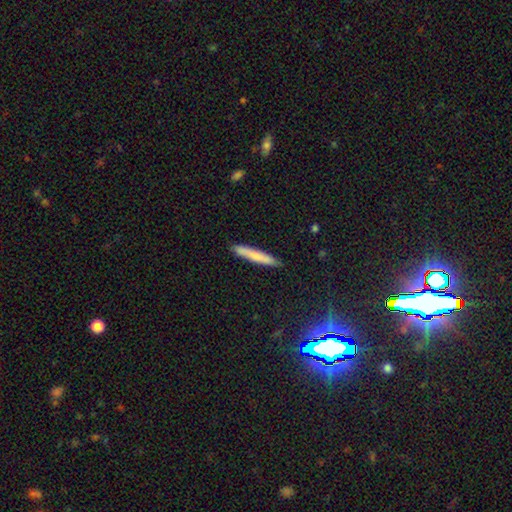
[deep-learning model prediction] Smooth or featured? Predicted: smooth (p=0.71). How rounded? Predicted: cigar-shaped (p=0.94). Merging? Predicted: none (p=0.89).